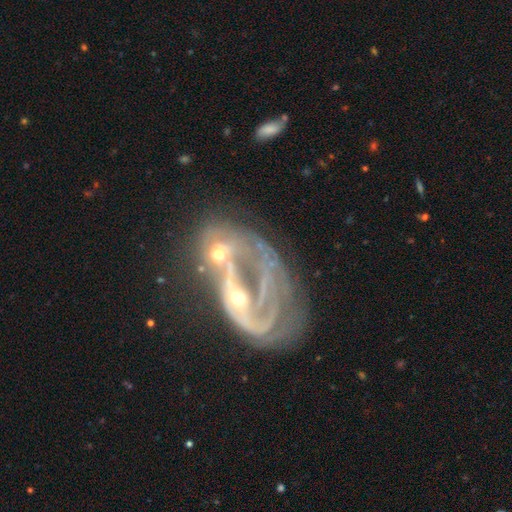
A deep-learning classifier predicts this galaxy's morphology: Q: Smooth or featured?
A: featured or disk (79%); runner-up: smooth (12%)
Q: Edge-on disk?
A: no (95%); runner-up: yes (5%)
Q: Bar?
A: no (55%); runner-up: weak (29%)
Q: Spiral arms?
A: yes (69%); runner-up: no (31%)
Q: Spiral winding?
A: loose (39%); runner-up: medium (35%)
Q: Spiral arm count?
A: 2 (33%); runner-up: 1 (30%)
Q: Bulge size?
A: small (52%); runner-up: moderate (36%)
Q: Merging?
A: merger (69%); runner-up: major disturbance (16%)